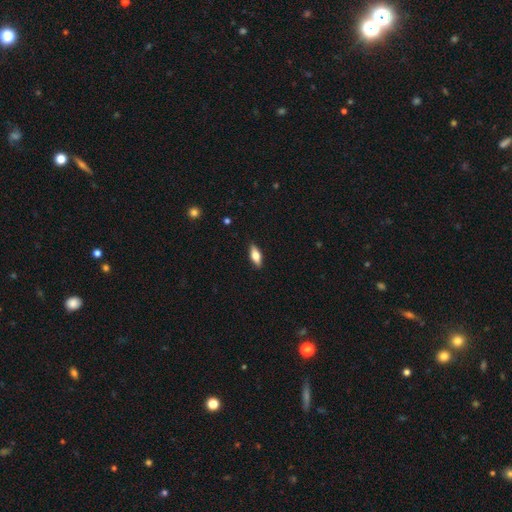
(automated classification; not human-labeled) This is likely a smooth galaxy (68%). How rounded: likely in between (75%). Merging: clearly none (88%).